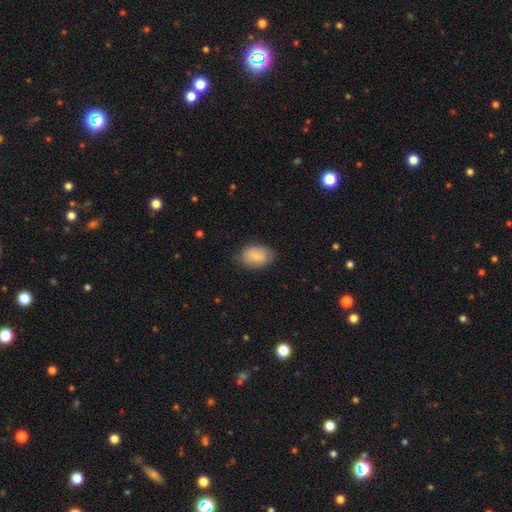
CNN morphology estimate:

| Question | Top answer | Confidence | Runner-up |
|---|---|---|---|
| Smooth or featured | smooth | 82% | featured or disk (12%) |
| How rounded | in between | 83% | round (15%) |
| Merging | none | 72% | minor disturbance (22%) |